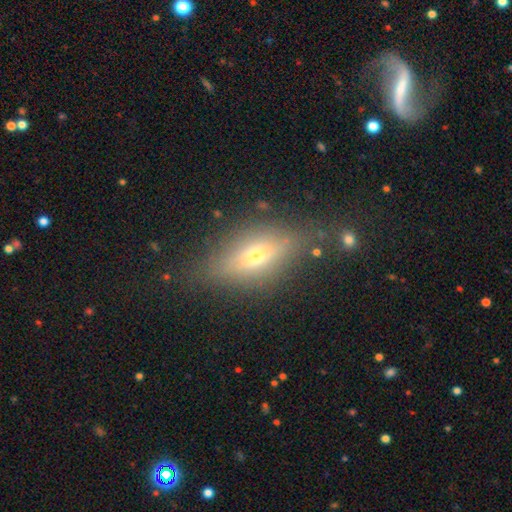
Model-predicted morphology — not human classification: A smooth galaxy with no disk features (46%). Merging: none (77%).